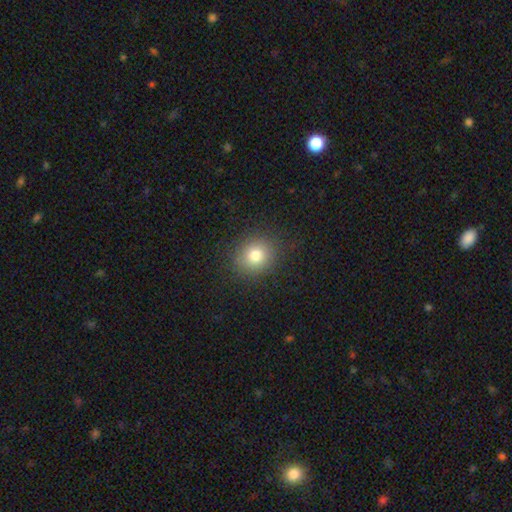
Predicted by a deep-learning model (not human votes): smooth-or-featured: smooth: 79% | star or artifact: 13% | featured or disk: 8%
  how-rounded: round: 76% | in between: 23% | cigar-shaped: 1%
  merging: none: 88% | minor disturbance: 8% | major disturbance: 3% | merger: 1%